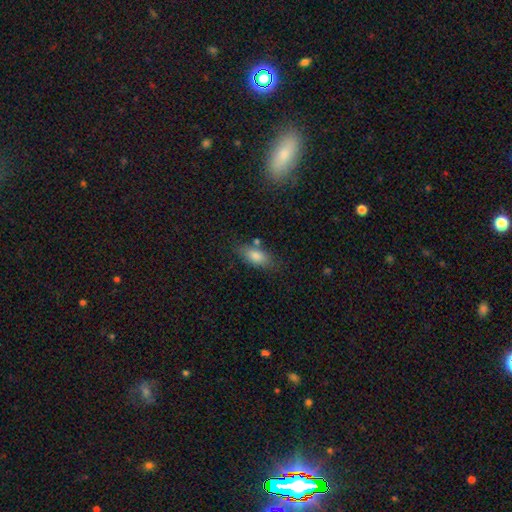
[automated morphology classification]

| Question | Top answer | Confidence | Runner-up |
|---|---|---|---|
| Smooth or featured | smooth | 79% | featured or disk (13%) |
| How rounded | in between | 82% | cigar-shaped (14%) |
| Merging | none | 74% | minor disturbance (15%) |